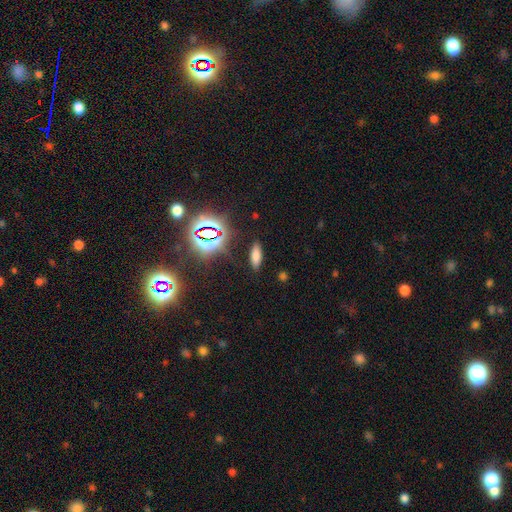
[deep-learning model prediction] smooth-or-featured: smooth: 67% | star or artifact: 24% | featured or disk: 9%
  how-rounded: in between: 64% | cigar-shaped: 31% | round: 4%
  merging: none: 87% | minor disturbance: 8% | major disturbance: 3% | merger: 2%